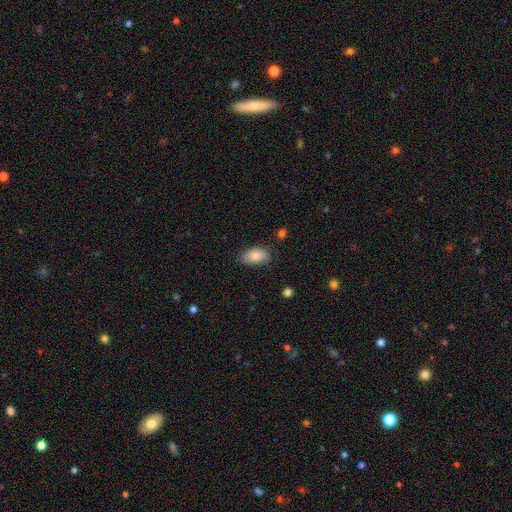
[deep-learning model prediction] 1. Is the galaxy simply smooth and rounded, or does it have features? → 84% smooth, 8% featured or disk, 7% star or artifact.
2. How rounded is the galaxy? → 93% in between, 5% round, 2% cigar-shaped.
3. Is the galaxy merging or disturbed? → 77% none, 18% minor disturbance, 3% major disturbance, 1% merger.